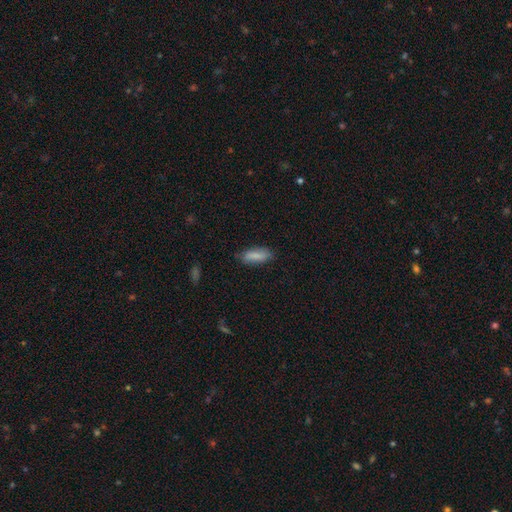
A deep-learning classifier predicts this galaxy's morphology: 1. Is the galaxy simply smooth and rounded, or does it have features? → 82% smooth, 11% featured or disk, 7% star or artifact.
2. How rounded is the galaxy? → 64% in between, 34% cigar-shaped, 2% round.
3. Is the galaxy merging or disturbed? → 76% none, 19% minor disturbance, 4% major disturbance, 2% merger.